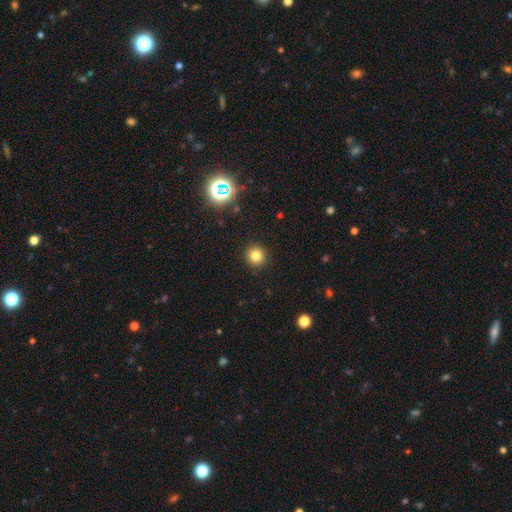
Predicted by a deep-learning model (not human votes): This is likely a smooth galaxy (80%). How rounded: clearly round (94%). Merging: clearly none (92%).